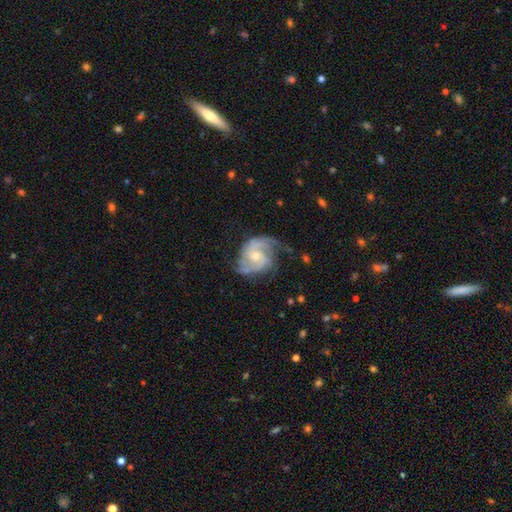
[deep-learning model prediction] Smooth or featured?
  - featured or disk: 89% *
  - smooth: 6%
  - star or artifact: 5%
Edge-on disk?
  - no: 98% *
  - yes: 2%
Bar?
  - no: 63% *
  - weak: 32%
  - strong: 5%
Spiral arms?
  - yes: 97% *
  - no: 3%
Spiral winding?
  - medium: 48% *
  - tight: 38%
  - loose: 14%
Spiral arm count?
  - 2: 55% *
  - 3: 21%
  - can't tell: 11%
  - 4: 4%
  - 1: 4%
  - more than 4: 4%
Bulge size?
  - small: 50% *
  - moderate: 45%
  - none: 2%
  - large: 2%
  - dominant: 1%
Merging?
  - none: 64% *
  - minor disturbance: 23%
  - major disturbance: 11%
  - merger: 2%